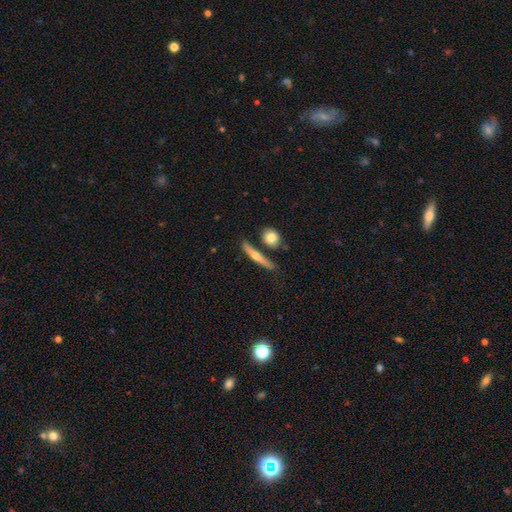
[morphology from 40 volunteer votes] A featured or disk galaxy (55%) viewed edge-on (95%) with a rounded central bulge (48%). Merging: none (55%).